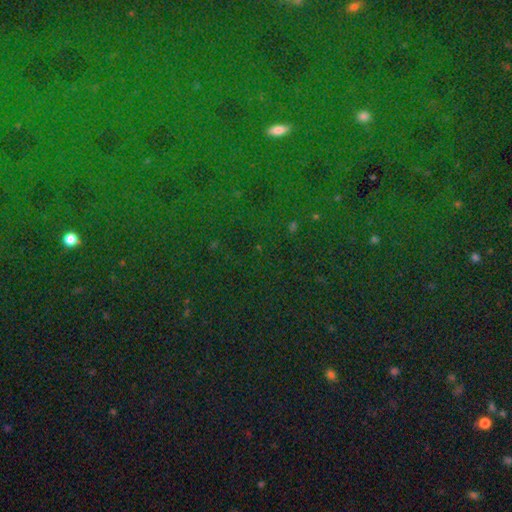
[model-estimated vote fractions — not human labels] This appears to be a star or artifact, not a galaxy (82%).